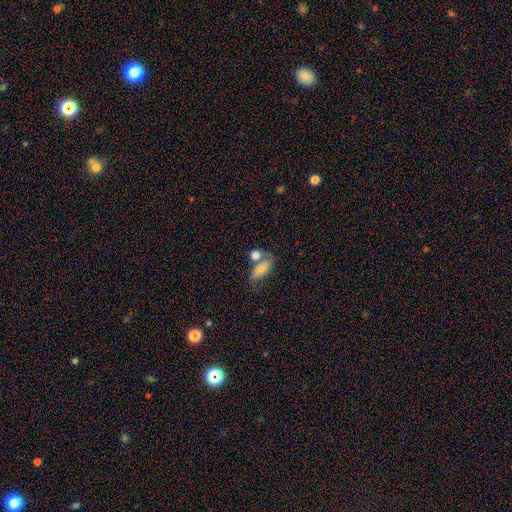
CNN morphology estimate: Smooth or featured? smooth (74%)
How rounded? in between (74%)
Merging? merger (51%)